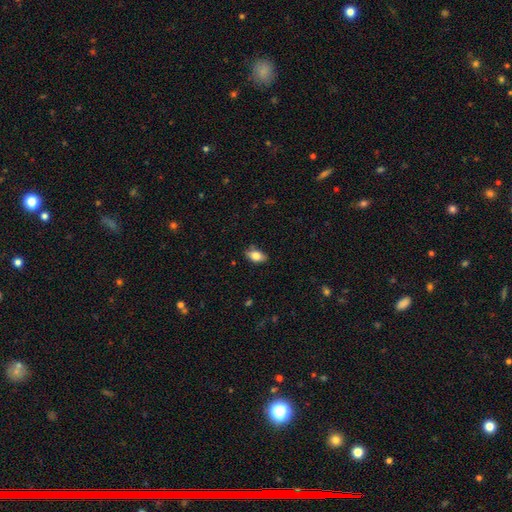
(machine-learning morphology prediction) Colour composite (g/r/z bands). It shows a smooth galaxy with no disk features (82%) that is in between round and cigar-shaped (89%). Merging: none (80%).